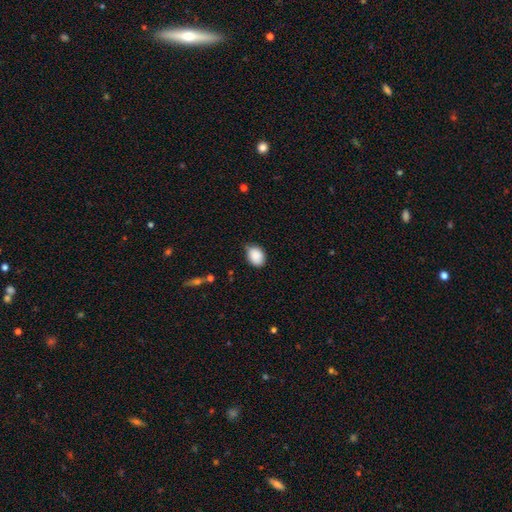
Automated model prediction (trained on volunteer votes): smooth 89%, star or artifact 7%, featured or disk 4%. Down the decision tree: how rounded — in between (73%); merging — none (67%).